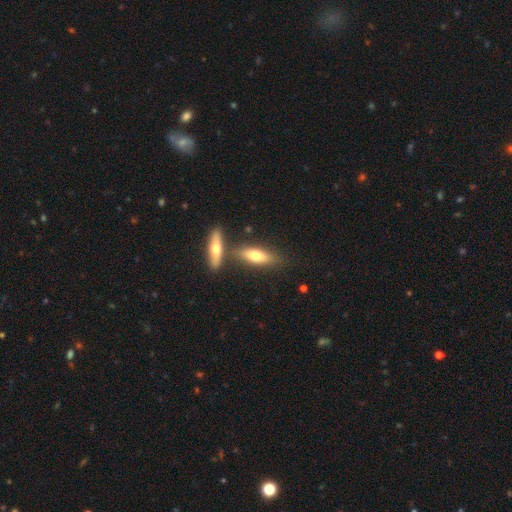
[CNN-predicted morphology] type=smooth (68%); roundness=in between (52%); merging=none (62%).